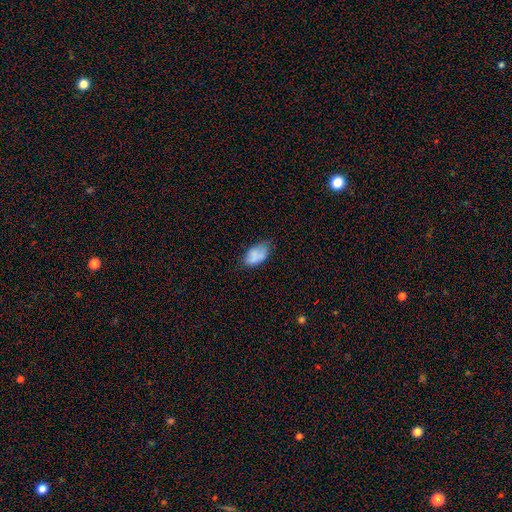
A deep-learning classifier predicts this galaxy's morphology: A smooth galaxy with no disk features (78%) that is in between round and cigar-shaped (93%). Merging: none (58%).